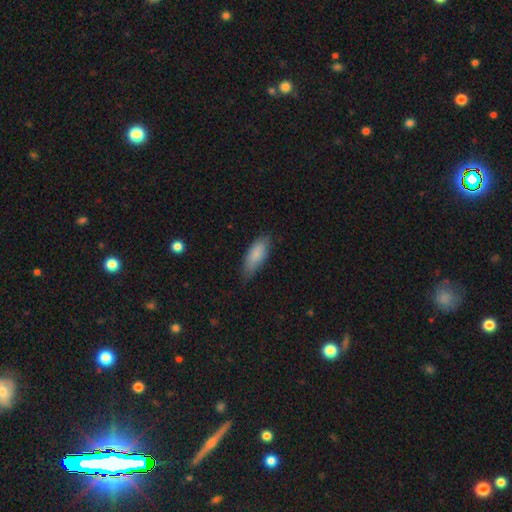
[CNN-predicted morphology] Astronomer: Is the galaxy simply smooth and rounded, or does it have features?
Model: smooth — 83%.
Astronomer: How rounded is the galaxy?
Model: in between — 80%.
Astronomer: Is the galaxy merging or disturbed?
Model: none — 70%.